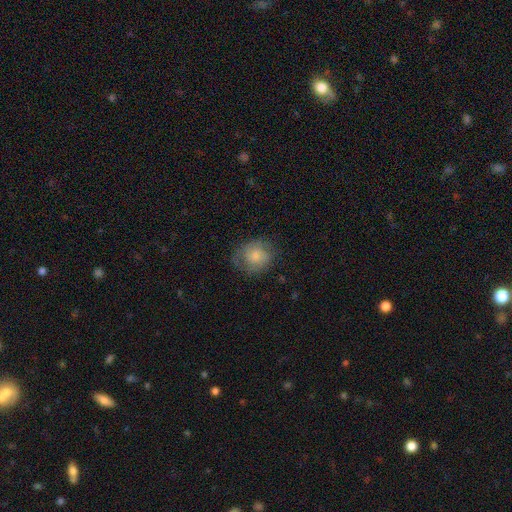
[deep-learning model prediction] Overall: smooth (71%). How rounded: round (77%). Merging: none (66%).